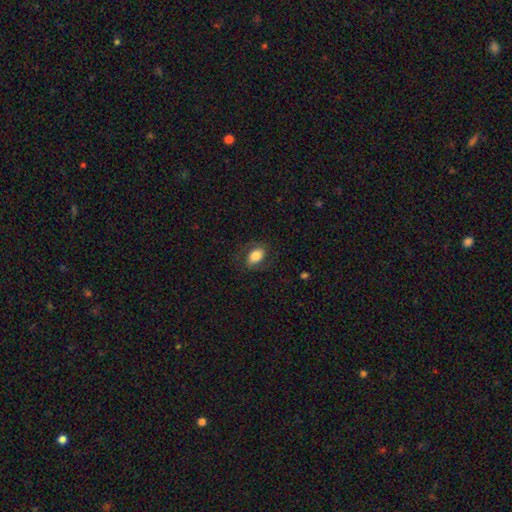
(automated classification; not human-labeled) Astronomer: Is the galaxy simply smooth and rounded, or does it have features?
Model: smooth — 72%.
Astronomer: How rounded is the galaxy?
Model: in between — 87%.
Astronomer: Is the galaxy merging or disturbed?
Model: none — 72%.